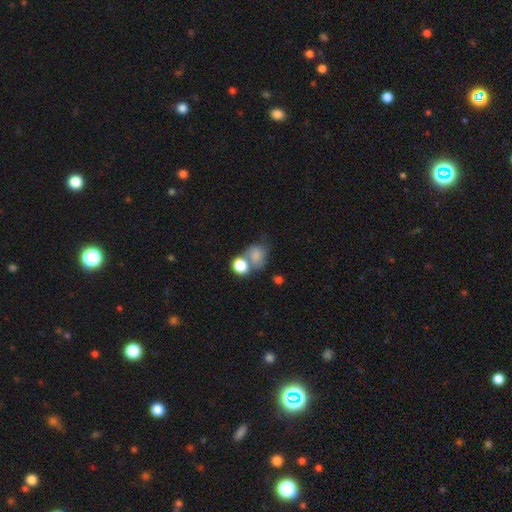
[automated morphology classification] The model was most divided on "merging": merger: 46%, none: 33%, minor disturbance: 13%, major disturbance: 8%. More confident: smooth or featured — smooth (79%); how rounded — round (60%).